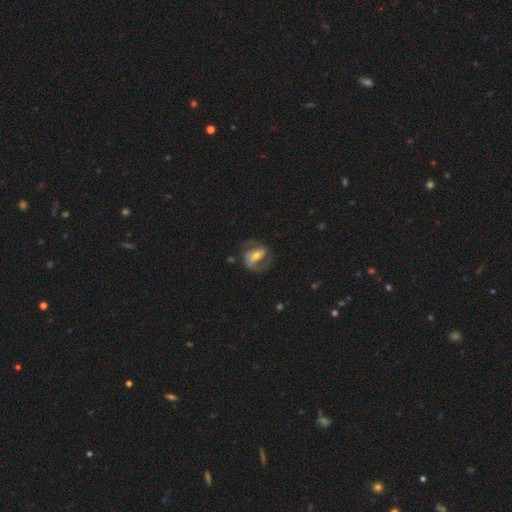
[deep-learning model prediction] Morphology: type=featured or disk (80%); edge-on=no (95%); bar=strong (56%); spiral arms=yes (88%); winding=medium (50%); arm count=2 (86%); bulge=moderate (52%); merging=none (70%).